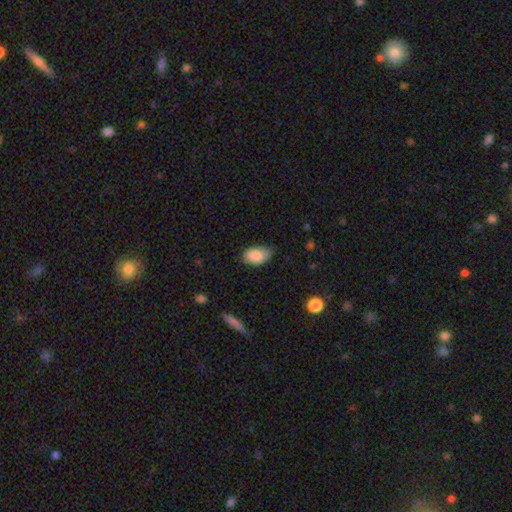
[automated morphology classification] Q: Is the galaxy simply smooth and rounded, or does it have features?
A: smooth — 86%.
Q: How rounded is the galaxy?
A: in between — 92%.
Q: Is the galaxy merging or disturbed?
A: none — 61%.